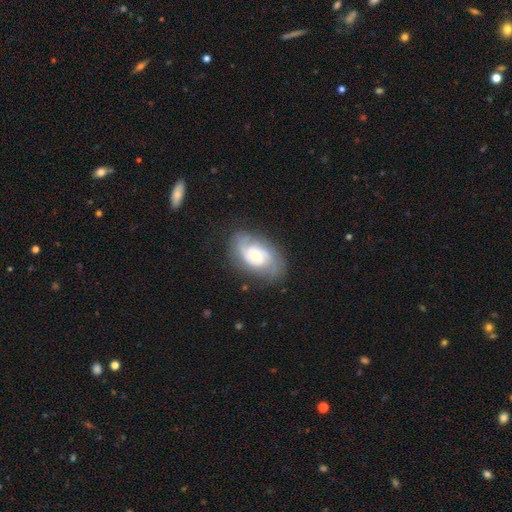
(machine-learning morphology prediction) Q: Smooth or featured?
A: featured or disk (77%); runner-up: smooth (17%)
Q: Edge-on disk?
A: no (96%); runner-up: yes (4%)
Q: Bar?
A: no (71%); runner-up: weak (24%)
Q: Spiral arms?
A: yes (91%); runner-up: no (9%)
Q: Spiral winding?
A: tight (52%); runner-up: medium (35%)
Q: Spiral arm count?
A: 2 (41%); runner-up: can't tell (31%)
Q: Bulge size?
A: moderate (53%); runner-up: small (38%)
Q: Merging?
A: none (72%); runner-up: minor disturbance (18%)